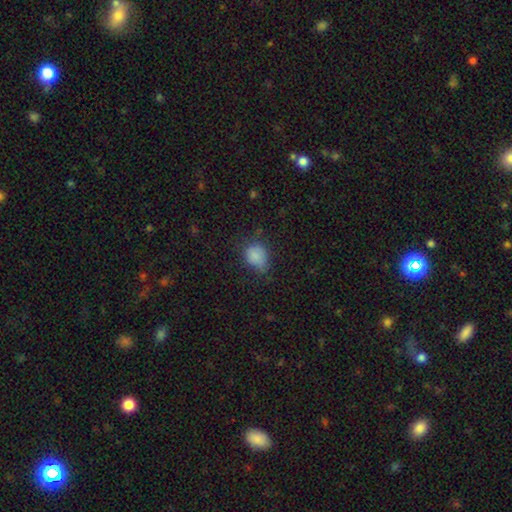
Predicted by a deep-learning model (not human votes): This appears to be a smooth galaxy with no disk features (80%) that is round (51%). Merging: none (49%).